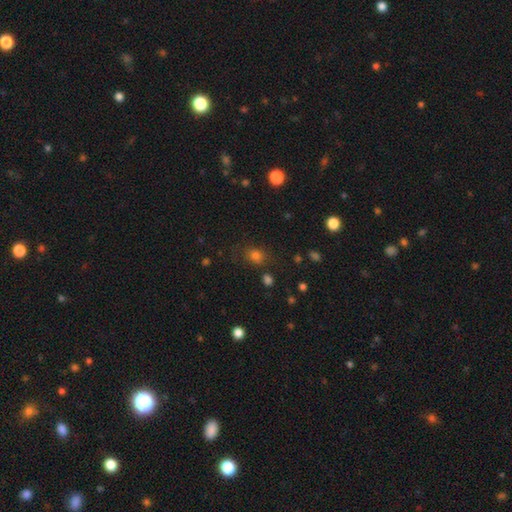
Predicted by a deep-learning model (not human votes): Morphology: type=smooth (75%); roundness=round (62%); merging=none (75%).